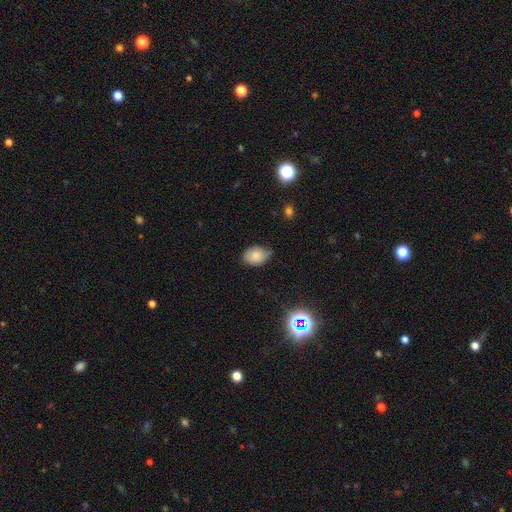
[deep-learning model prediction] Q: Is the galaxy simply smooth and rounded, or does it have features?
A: smooth — 80%.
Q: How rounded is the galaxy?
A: in between — 73%.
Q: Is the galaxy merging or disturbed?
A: none — 58%.